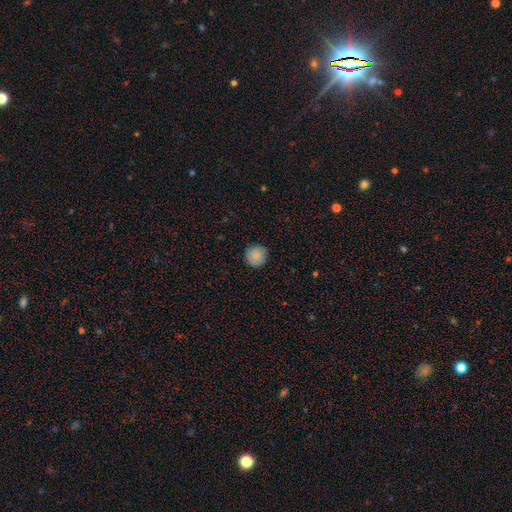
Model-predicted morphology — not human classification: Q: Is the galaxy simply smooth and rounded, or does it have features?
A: smooth — 88%.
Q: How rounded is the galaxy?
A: round — 94%.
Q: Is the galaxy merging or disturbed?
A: none — 89%.